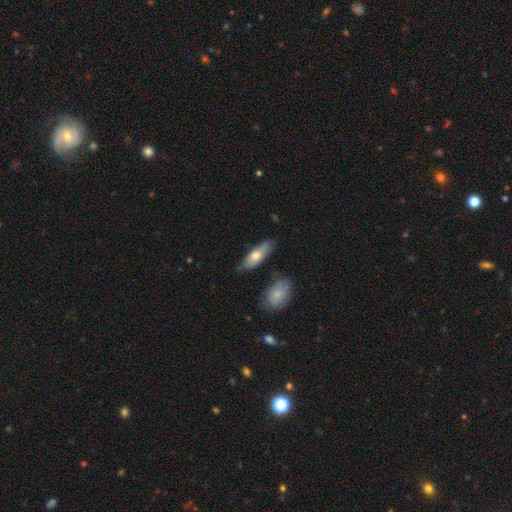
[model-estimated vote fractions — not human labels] A smooth galaxy with no disk features (63%) that is in between round and cigar-shaped (68%).

Vote fractions:
- Smooth or featured? smooth: 63% / featured or disk: 31% / star or artifact: 6%
- How rounded? in between: 68% / cigar-shaped: 29% / round: 3%
- Merging? none: 73% / minor disturbance: 18% / merger: 4% / major disturbance: 4%